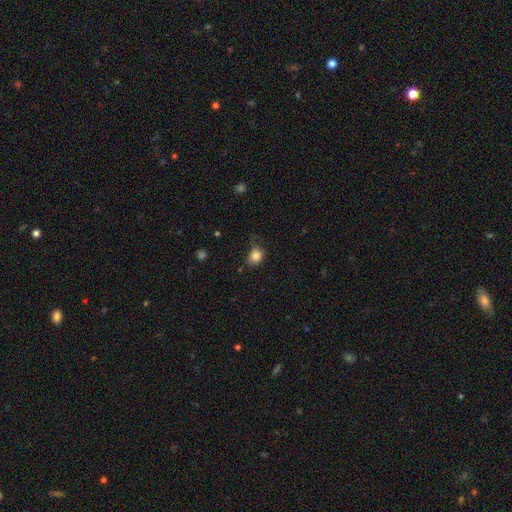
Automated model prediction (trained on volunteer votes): smooth_or_featured: smooth (p=0.84) [alt: star or artifact p=0.10]
how_rounded: round (p=0.54) [alt: in between p=0.45]
merging: none (p=0.67) [alt: minor disturbance p=0.24]